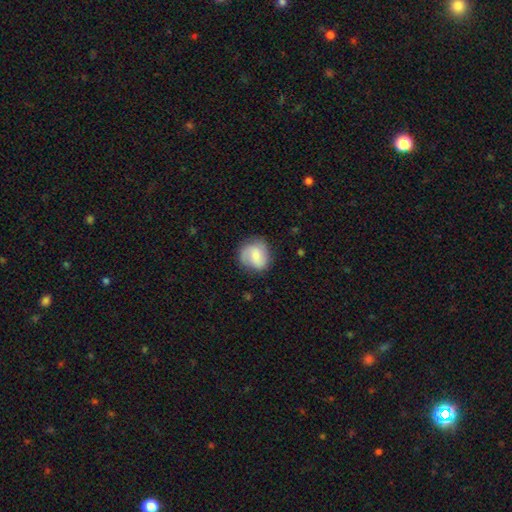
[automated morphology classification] Smooth or featured?
  - smooth: 52% *
  - featured or disk: 41%
  - star or artifact: 7%
How rounded?
  - round: 79% *
  - in between: 20%
  - cigar-shaped: 1%
Merging?
  - none: 72% *
  - minor disturbance: 20%
  - major disturbance: 7%
  - merger: 1%